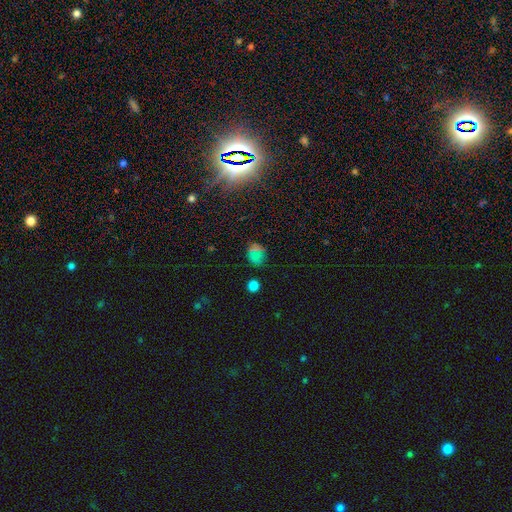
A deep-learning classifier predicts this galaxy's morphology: The model was most divided on "smooth or featured": smooth: 60%, star or artifact: 32%, featured or disk: 8%. More confident: merging — none (75%); how rounded — round (63%).